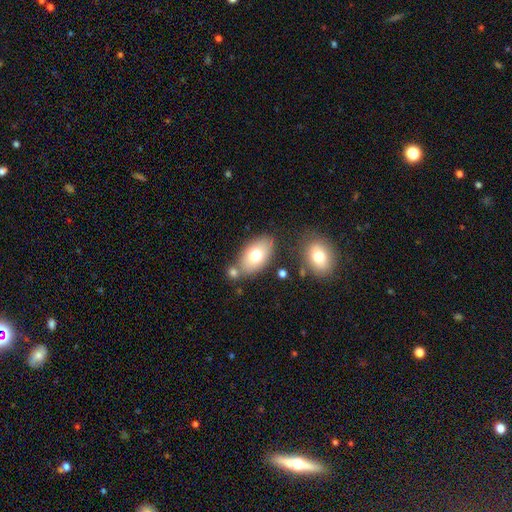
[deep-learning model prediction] Smooth or featured? smooth (74%)
How rounded? in between (91%)
Merging? none (68%)